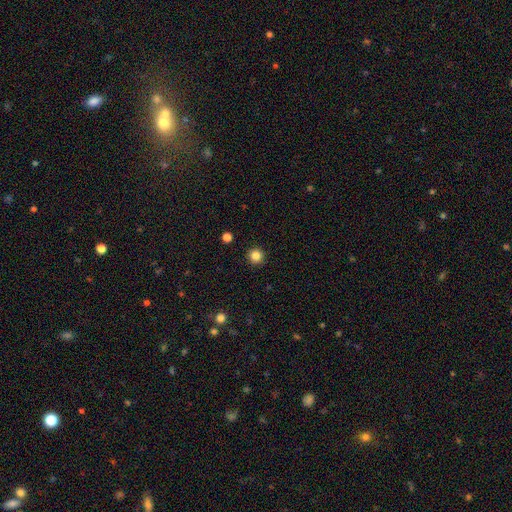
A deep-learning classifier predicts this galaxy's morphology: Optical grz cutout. It shows a smooth galaxy with no disk features (85%) that is round (96%). Merging: none (93%).